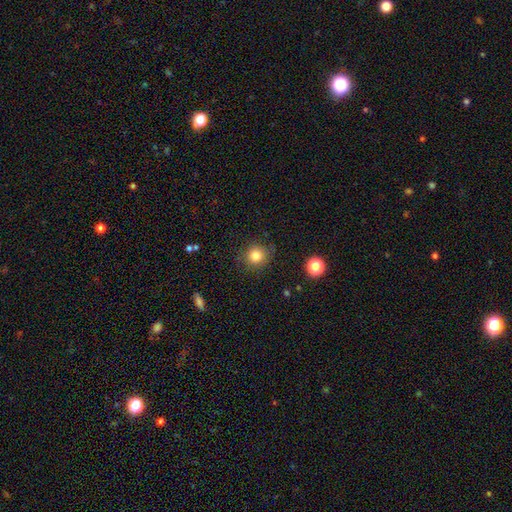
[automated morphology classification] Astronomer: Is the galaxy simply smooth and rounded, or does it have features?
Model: smooth — 82%.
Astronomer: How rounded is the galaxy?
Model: round — 87%.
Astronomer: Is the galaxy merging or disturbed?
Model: none — 82%.